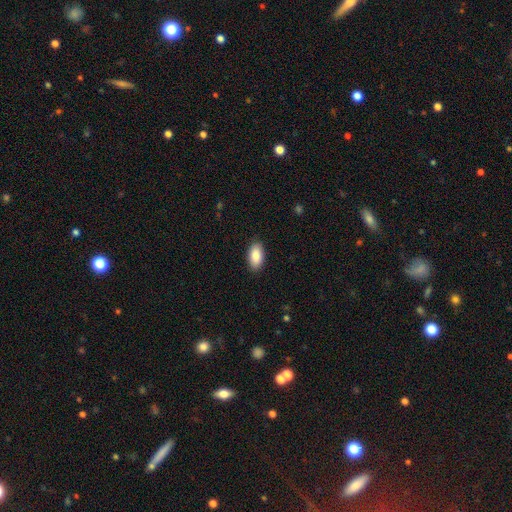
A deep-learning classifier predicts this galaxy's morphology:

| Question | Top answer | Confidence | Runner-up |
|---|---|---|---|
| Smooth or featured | smooth | 88% | featured or disk (6%) |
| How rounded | in between | 94% | cigar-shaped (4%) |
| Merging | none | 89% | minor disturbance (8%) |